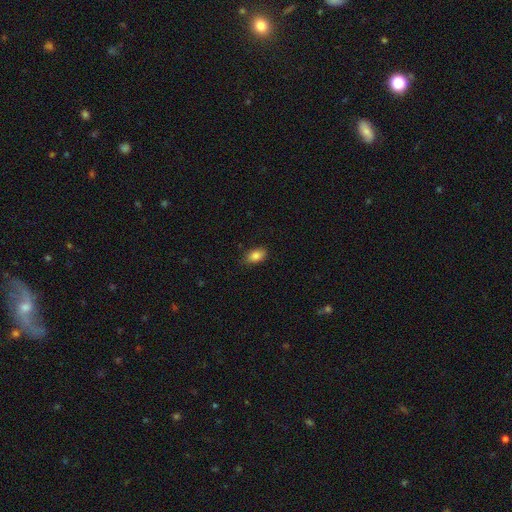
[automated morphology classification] Smooth or featured: smooth — 86% (star or artifact — 8%)
How rounded: in between — 88% (round — 10%)
Merging: none — 83% (minor disturbance — 14%)